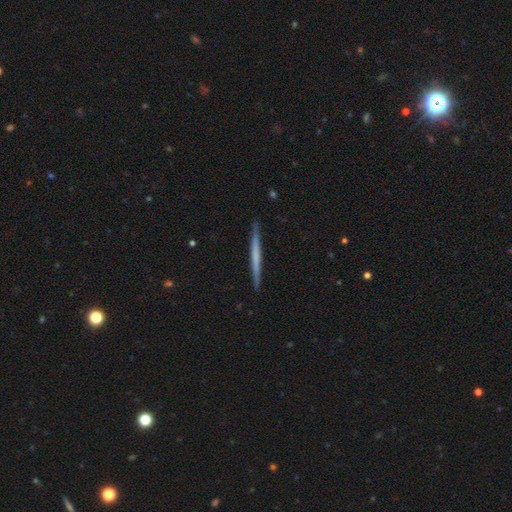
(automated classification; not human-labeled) A featured or disk galaxy (52%) viewed edge-on (98%) with no central bulge (86%).

Vote fractions:
- Smooth or featured? featured or disk: 52% / smooth: 42% / star or artifact: 5%
- Edge-on disk? yes: 98% / no: 2%
- Edge-on bulge? none: 86% / rounded: 9% / boxy: 5%
- Merging? none: 91% / minor disturbance: 6% / major disturbance: 1% / merger: 1%